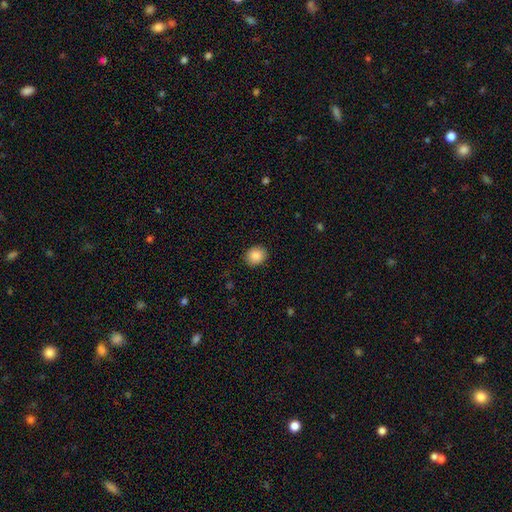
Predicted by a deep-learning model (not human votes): smooth-or-featured: smooth: 88% | star or artifact: 9% | featured or disk: 3%
  how-rounded: round: 69% | in between: 30% | cigar-shaped: 1%
  merging: none: 89% | minor disturbance: 7% | major disturbance: 2% | merger: 1%